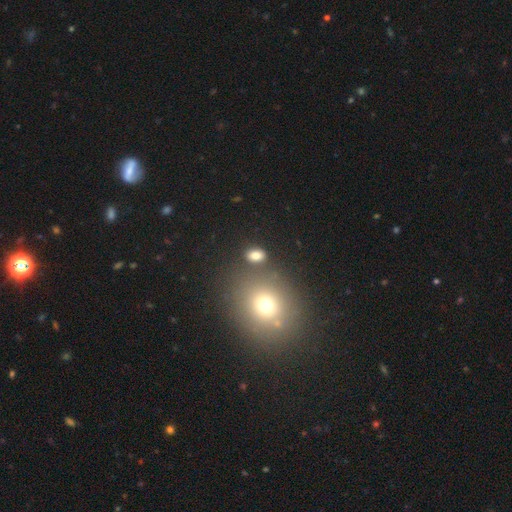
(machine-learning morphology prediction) This appears to be a smooth galaxy with no disk features (78%) that is in between round and cigar-shaped (74%). Merging: none (75%).